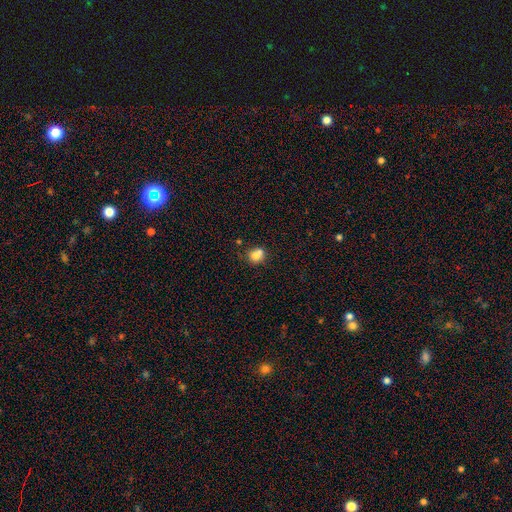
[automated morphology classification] Q: Smooth or featured?
A: smooth (78%); runner-up: star or artifact (12%)
Q: How rounded?
A: round (62%); runner-up: in between (37%)
Q: Merging?
A: none (44%); runner-up: merger (34%)